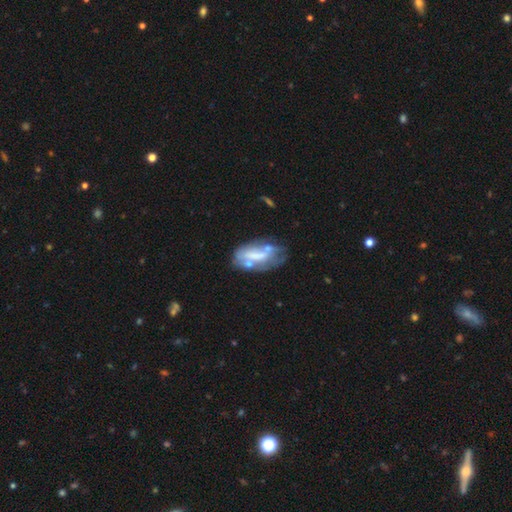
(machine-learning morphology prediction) Overall: featured or disk (55%; smooth 36%). Edge-on disk: no (92%). Bar: no (48%; weak 27%). Spiral arms: no (73%). Bulge size: none (35%; moderate 29%). Merging: none (36%; minor disturbance 25%).